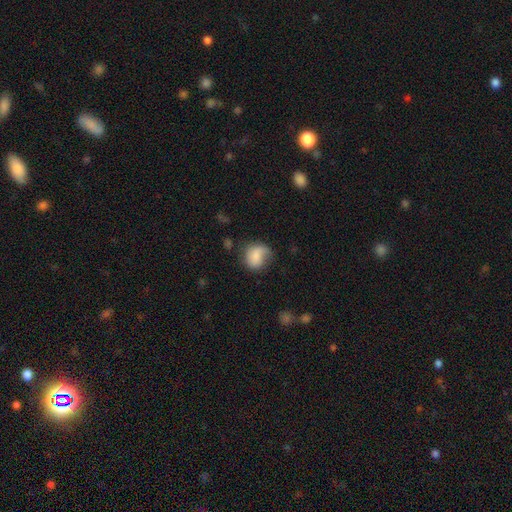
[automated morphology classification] Smooth or featured?
  - smooth: 71% *
  - featured or disk: 20%
  - star or artifact: 8%
How rounded?
  - round: 65% *
  - in between: 34%
  - cigar-shaped: 1%
Merging?
  - none: 51% *
  - minor disturbance: 30%
  - major disturbance: 16%
  - merger: 3%